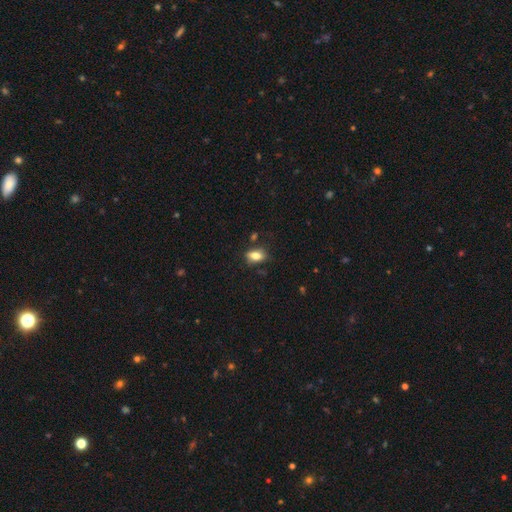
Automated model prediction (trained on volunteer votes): Q: Smooth or featured?
A: smooth (77%); runner-up: featured or disk (14%)
Q: How rounded?
A: in between (85%); runner-up: round (9%)
Q: Merging?
A: none (72%); runner-up: minor disturbance (18%)